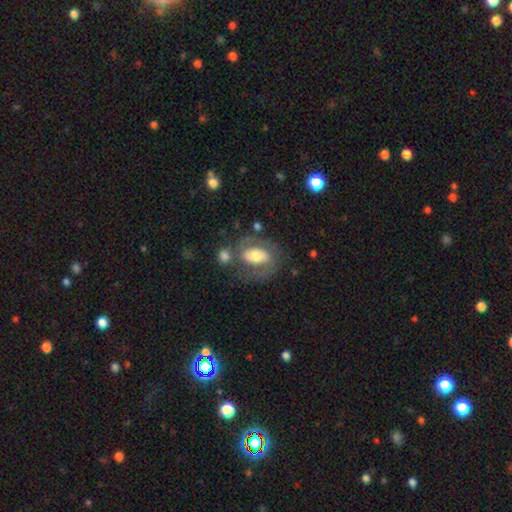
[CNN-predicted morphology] The model was most divided on "bar": no: 43%, weak: 32%, strong: 25%. More confident: edge-on disk — no (94%); spiral arms — yes (60%); smooth or featured — featured or disk (56%); bulge size — moderate (55%); merging — none (53%).